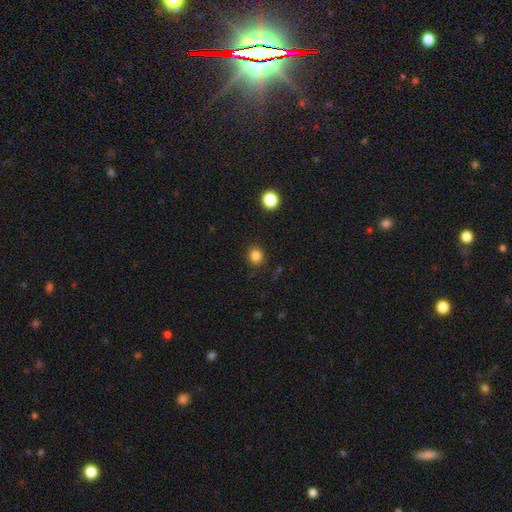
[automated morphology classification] A smooth galaxy with no disk features (84%) that is round (81%). Merging: none (88%).